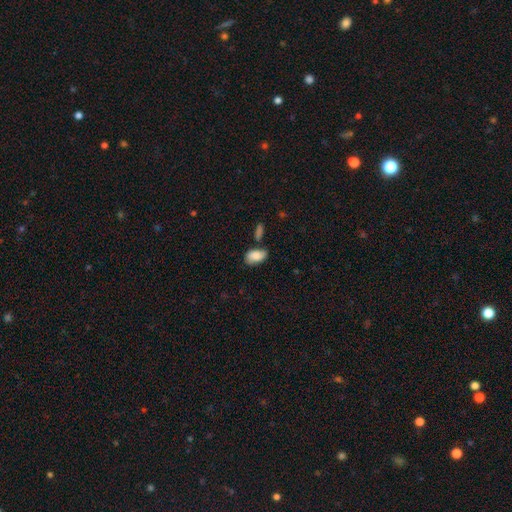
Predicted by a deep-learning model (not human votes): smooth_or_featured: smooth (p=0.85) [alt: featured or disk p=0.08]
how_rounded: in between (p=0.93) [alt: round p=0.06]
merging: none (p=0.60) [alt: minor disturbance p=0.23]